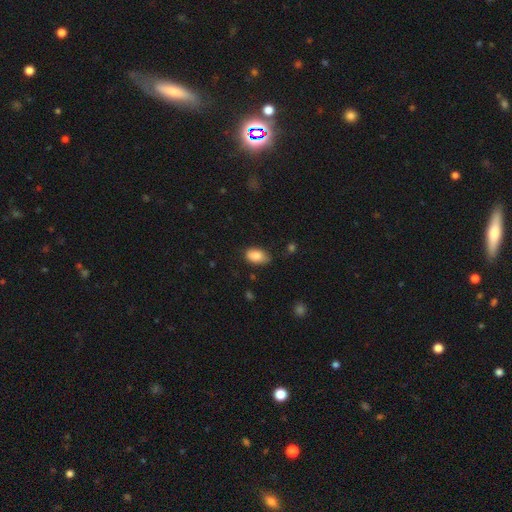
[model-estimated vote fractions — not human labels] smooth-or-featured: smooth: 86% | star or artifact: 7% | featured or disk: 7%
  how-rounded: in between: 91% | round: 7% | cigar-shaped: 2%
  merging: none: 68% | minor disturbance: 26% | major disturbance: 4% | merger: 2%